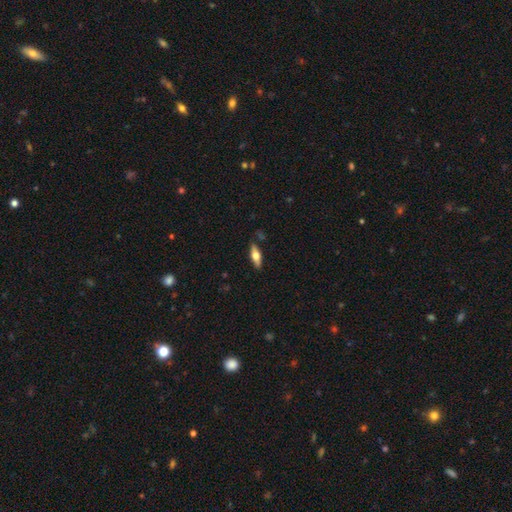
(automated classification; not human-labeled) The model was most divided on "smooth or featured" (2-way tie): smooth: 47%, featured or disk: 47%, star or artifact: 6%. More confident: merging — none (85%).